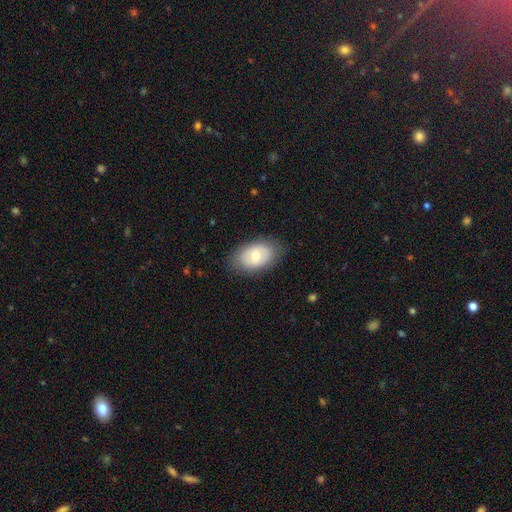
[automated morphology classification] This is likely a smooth galaxy (63%). How rounded: clearly in between (88%). Merging: clearly none (82%).